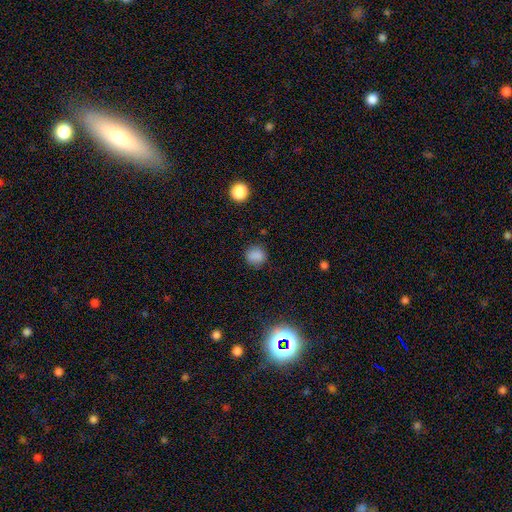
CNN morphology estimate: Q: Smooth or featured?
A: smooth (83%); runner-up: star or artifact (13%)
Q: How rounded?
A: round (85%); runner-up: in between (14%)
Q: Merging?
A: none (83%); runner-up: minor disturbance (12%)